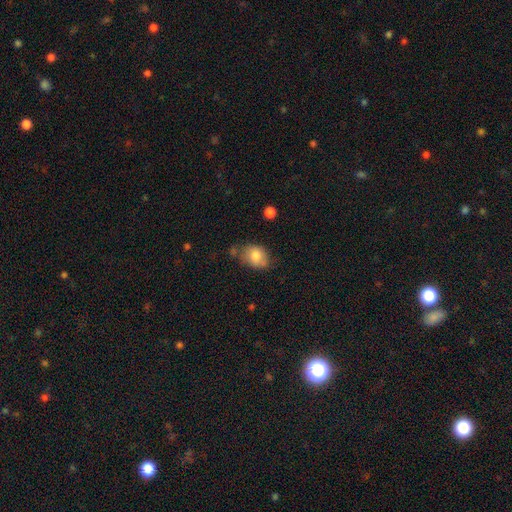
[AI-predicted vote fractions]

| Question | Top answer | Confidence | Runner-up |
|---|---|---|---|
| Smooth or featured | smooth | 80% | featured or disk (12%) |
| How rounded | in between | 66% | round (33%) |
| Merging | none | 59% | minor disturbance (26%) |